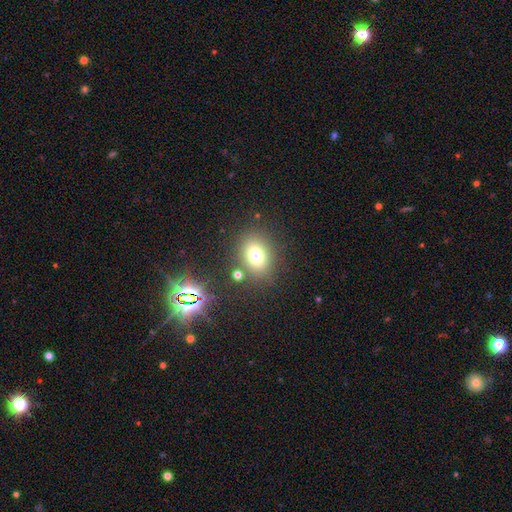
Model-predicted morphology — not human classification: A smooth galaxy with no disk features (74%) that is in between round and cigar-shaped (54%).

Vote fractions:
- Smooth or featured? smooth: 74% / star or artifact: 16% / featured or disk: 10%
- How rounded? in between: 54% / round: 45% / cigar-shaped: 1%
- Merging? none: 79% / minor disturbance: 11% / merger: 6% / major disturbance: 4%